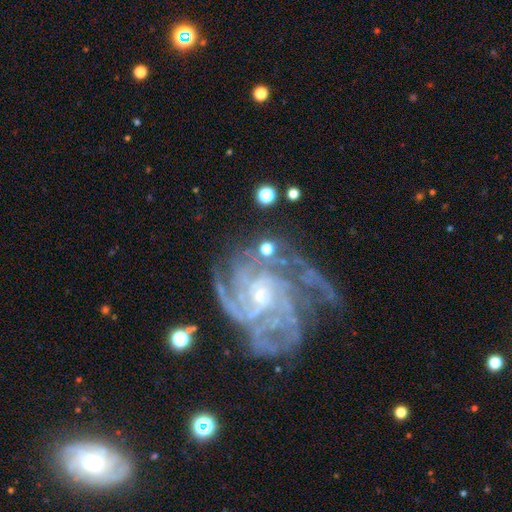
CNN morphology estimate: This is clearly a featured or disk galaxy (86%). It is clearly not viewed edge-on (97%). Bar: possibly no (56%). Spiral arm pattern: clearly yes (97%). Spiral arm count: marginally 4 (28%). Spiral winding: likely tight (66%). Central bulge: likely small (64%). Merging: likely none (63%).